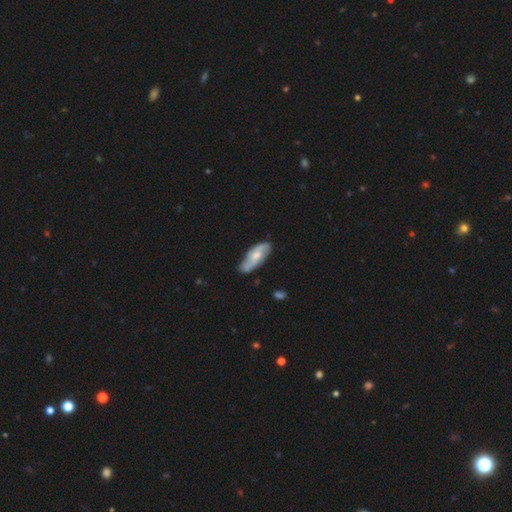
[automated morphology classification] Q: Smooth or featured?
A: featured or disk (54%); runner-up: smooth (40%)
Q: Edge-on disk?
A: no (85%); runner-up: yes (15%)
Q: Merging?
A: none (66%); runner-up: minor disturbance (26%)